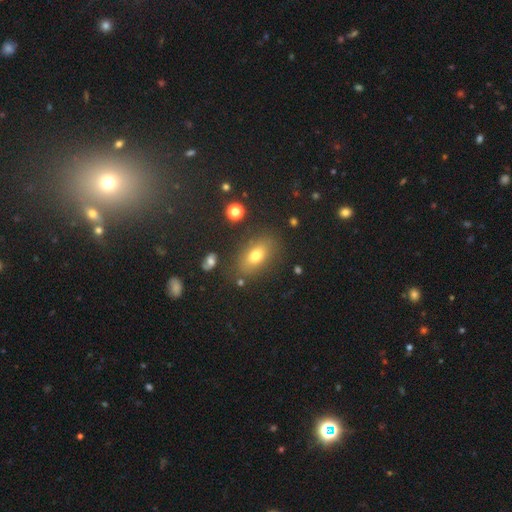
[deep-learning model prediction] Smooth or featured: smooth — 72% (featured or disk — 15%)
How rounded: in between — 82% (round — 12%)
Merging: none — 81% (minor disturbance — 12%)